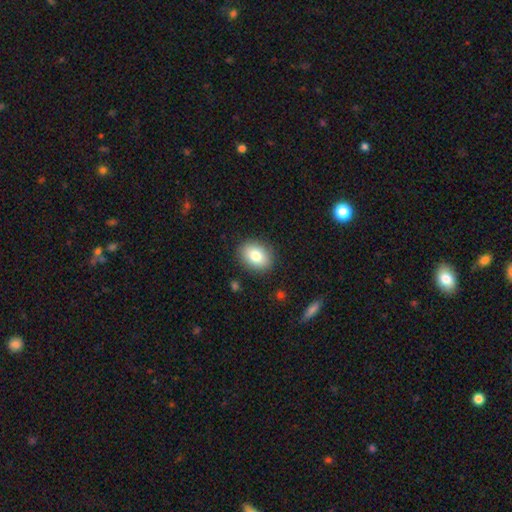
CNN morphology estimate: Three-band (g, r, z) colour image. It shows a smooth galaxy with no disk features (80%) that is in between round and cigar-shaped (65%). Merging: none (87%).